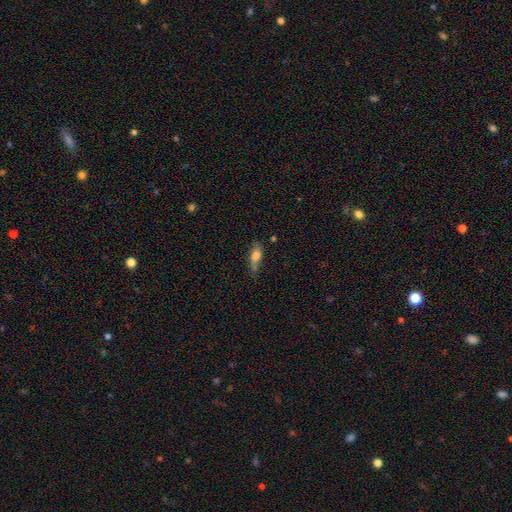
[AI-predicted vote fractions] A smooth galaxy with no disk features (69%) that is in between round and cigar-shaped (69%).

Vote fractions:
- Smooth or featured? smooth: 69% / featured or disk: 22% / star or artifact: 9%
- How rounded? in between: 69% / cigar-shaped: 26% / round: 5%
- Merging? none: 54% / minor disturbance: 31% / major disturbance: 10% / merger: 5%